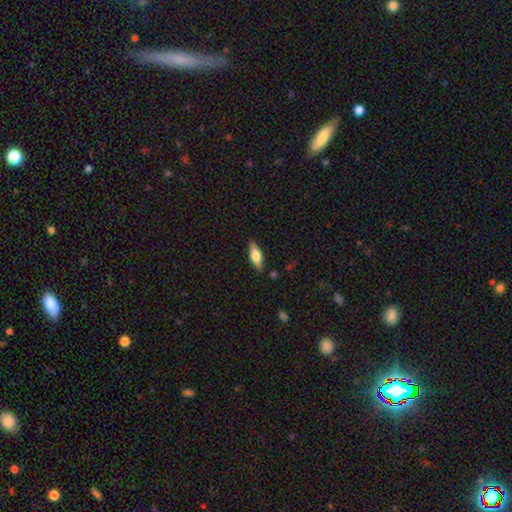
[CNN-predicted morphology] Q: Smooth or featured?
A: featured or disk (47%); tied with: smooth (47%)
Q: Merging?
A: none (86%); runner-up: minor disturbance (10%)